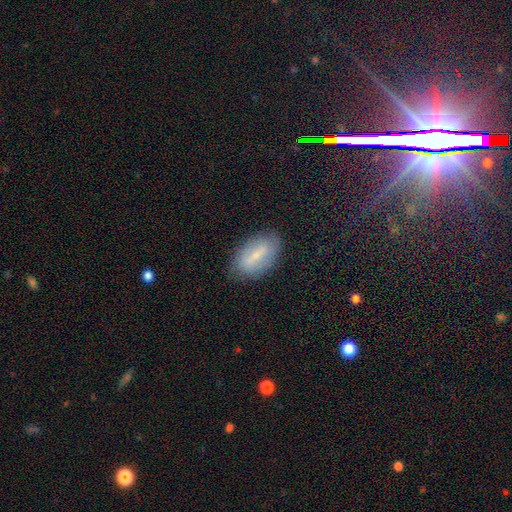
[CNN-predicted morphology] Smooth or featured? smooth (60%)
How rounded? in between (90%)
Merging? none (80%)